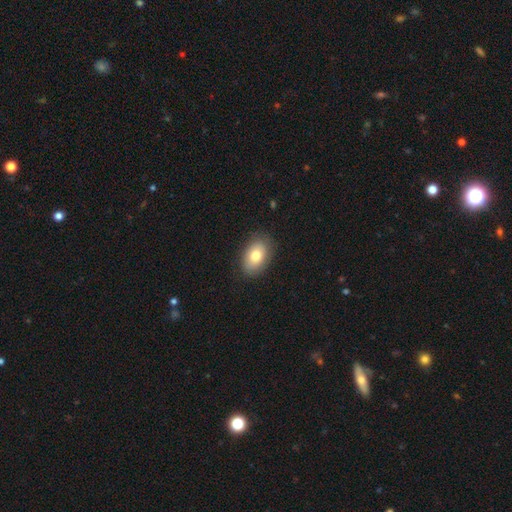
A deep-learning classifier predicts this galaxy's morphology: Smooth or featured? smooth (77%)
How rounded? in between (86%)
Merging? none (85%)